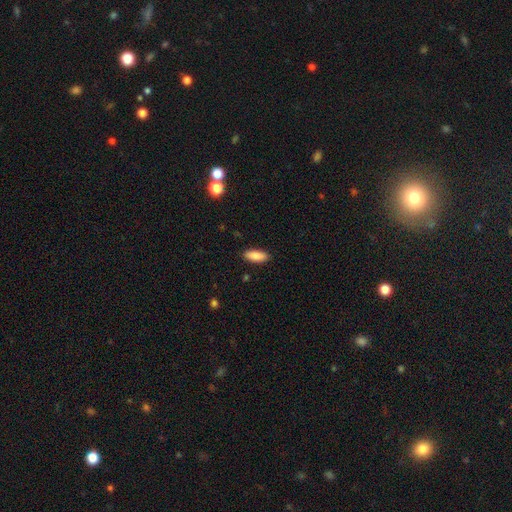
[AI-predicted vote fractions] smooth 87%, featured or disk 6%, star or artifact 6%. Down the decision tree: how rounded — in between (77%); merging — none (89%).